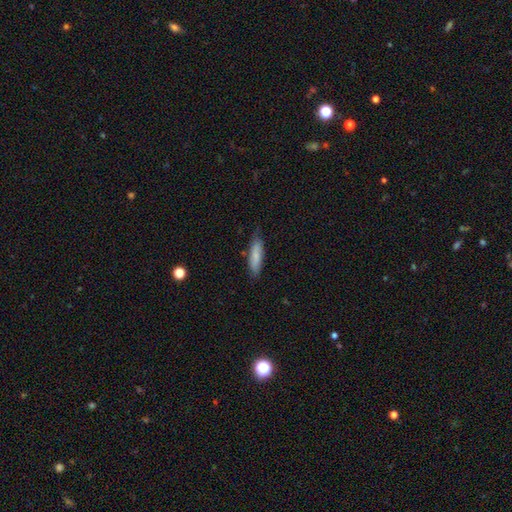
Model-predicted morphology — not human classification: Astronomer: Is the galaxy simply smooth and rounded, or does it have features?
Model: smooth — 79%.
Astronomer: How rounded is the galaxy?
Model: cigar-shaped — 62%.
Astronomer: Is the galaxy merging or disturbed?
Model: none — 76%.